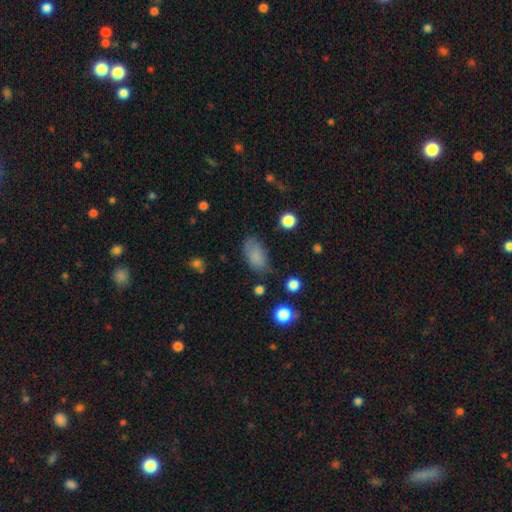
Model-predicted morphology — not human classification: Smooth or featured: smooth — 83% (star or artifact — 10%)
How rounded: in between — 92% (round — 6%)
Merging: none — 69% (minor disturbance — 22%)